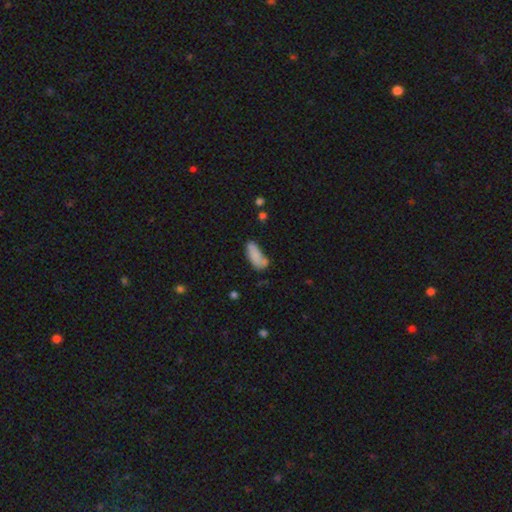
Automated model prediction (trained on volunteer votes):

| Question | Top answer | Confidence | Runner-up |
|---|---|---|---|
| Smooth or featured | smooth | 78% | featured or disk (14%) |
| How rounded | in between | 76% | cigar-shaped (22%) |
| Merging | none | 46% | minor disturbance (28%) |